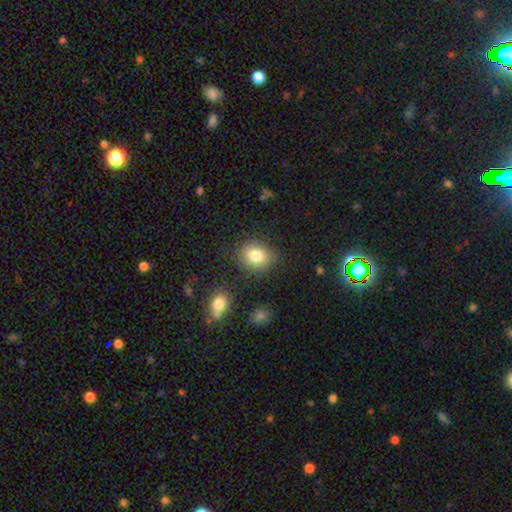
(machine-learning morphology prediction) A smooth galaxy with no disk features (82%) that is round (56%).

Vote fractions:
- Smooth or featured? smooth: 82% / star or artifact: 10% / featured or disk: 8%
- How rounded? round: 56% / in between: 43% / cigar-shaped: 1%
- Merging? none: 81% / minor disturbance: 12% / major disturbance: 4% / merger: 3%